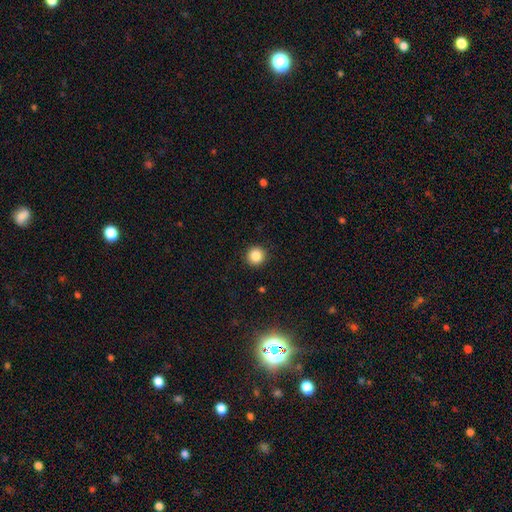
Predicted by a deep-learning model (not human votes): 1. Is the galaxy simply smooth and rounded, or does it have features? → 85% smooth, 11% star or artifact, 4% featured or disk.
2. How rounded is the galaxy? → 95% round, 4% in between, 1% cigar-shaped.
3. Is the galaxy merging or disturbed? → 93% none, 4% minor disturbance, 2% major disturbance, 1% merger.